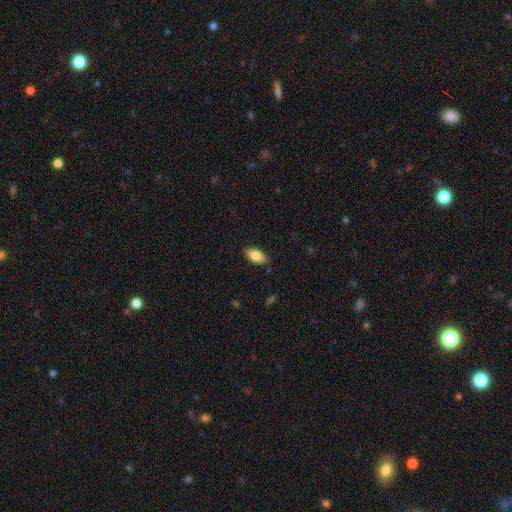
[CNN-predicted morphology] Smooth or featured? Predicted: smooth (p=0.82). How rounded? Predicted: in between (p=0.90). Merging? Predicted: none (p=0.87).